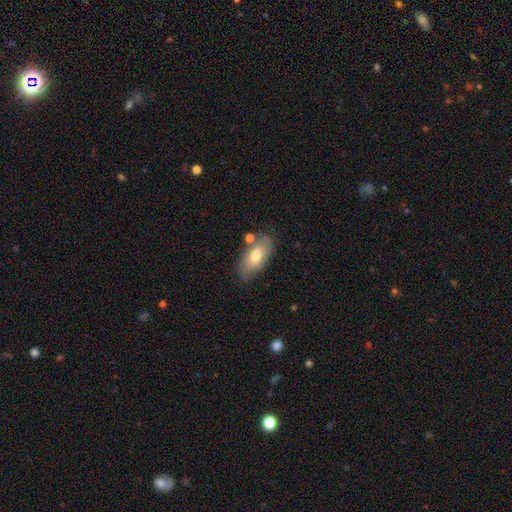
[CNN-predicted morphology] type=smooth (71%); roundness=in between (89%); merging=none (74%).